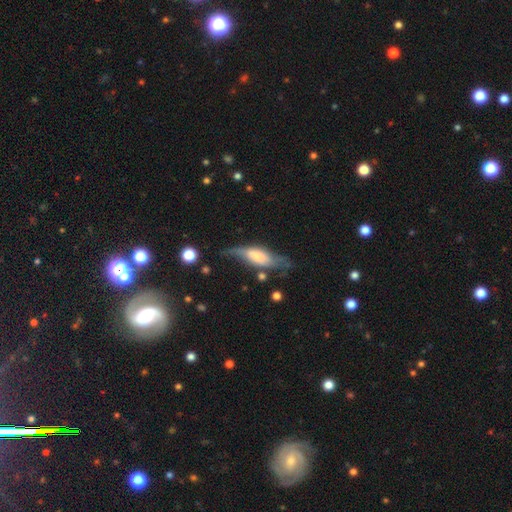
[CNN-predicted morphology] smooth_or_featured: featured or disk (p=0.50) [alt: smooth p=0.44]
merging: none (p=0.51) [alt: minor disturbance p=0.30]